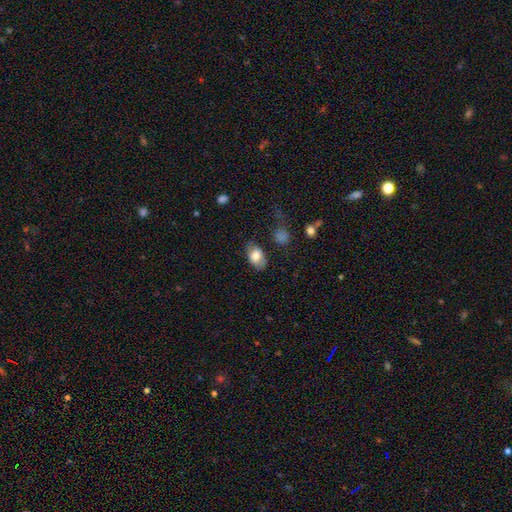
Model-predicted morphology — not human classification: smooth-or-featured: smooth: 71% | featured or disk: 22% | star or artifact: 7%
  how-rounded: in between: 89% | round: 9% | cigar-shaped: 2%
  merging: none: 67% | minor disturbance: 23% | major disturbance: 8% | merger: 2%